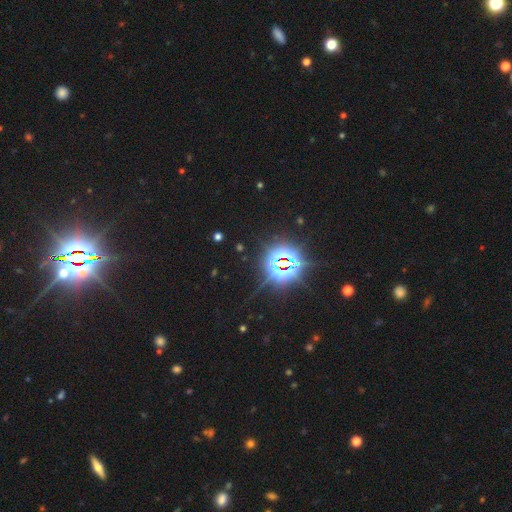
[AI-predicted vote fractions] Q: Smooth or featured?
A: star or artifact (84%); runner-up: smooth (10%)